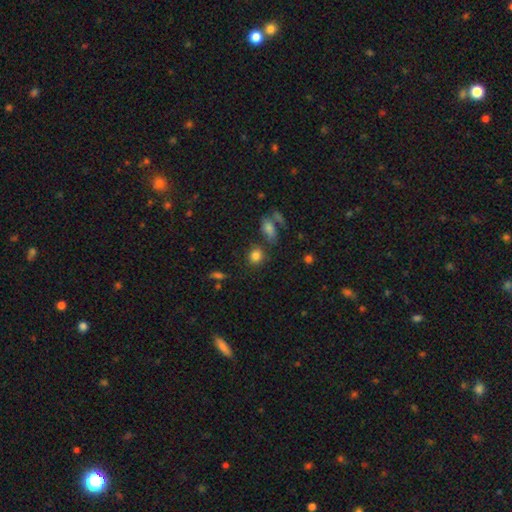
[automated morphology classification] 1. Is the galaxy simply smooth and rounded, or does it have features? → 82% smooth, 12% star or artifact, 6% featured or disk.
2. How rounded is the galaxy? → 78% round, 20% in between, 2% cigar-shaped.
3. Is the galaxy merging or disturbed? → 70% none, 13% minor disturbance, 12% merger, 5% major disturbance.